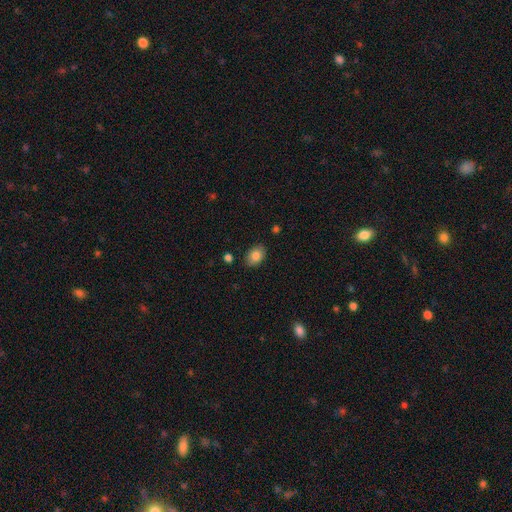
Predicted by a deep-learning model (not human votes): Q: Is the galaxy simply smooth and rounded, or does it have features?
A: smooth — 84%.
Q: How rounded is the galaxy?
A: in between — 81%.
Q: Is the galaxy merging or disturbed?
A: none — 86%.